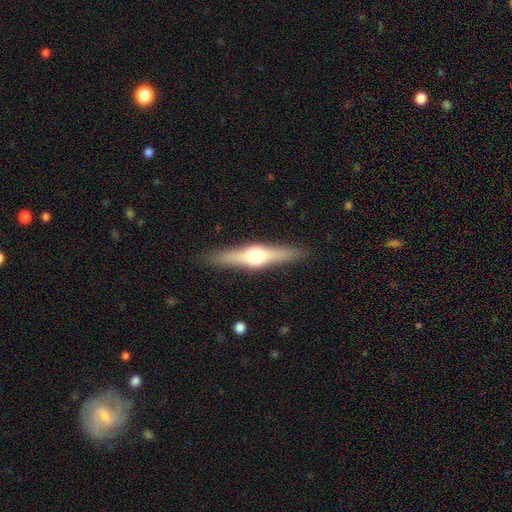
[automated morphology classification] This appears to be a featured or disk galaxy (67%) viewed edge-on (96%) with a rounded central bulge (93%). Merging: none (90%).